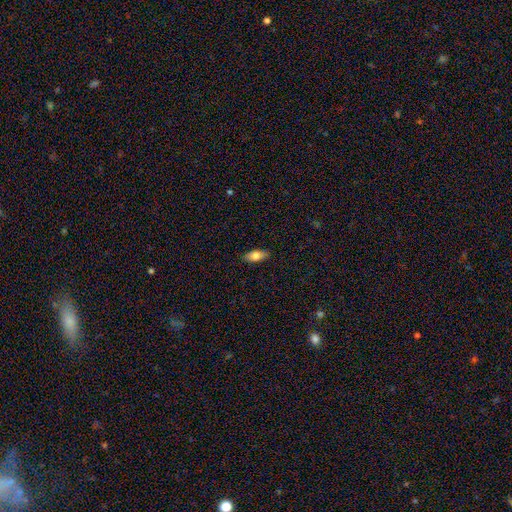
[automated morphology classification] A smooth galaxy with no disk features (76%) that is in between round and cigar-shaped (84%). Merging: none (88%).